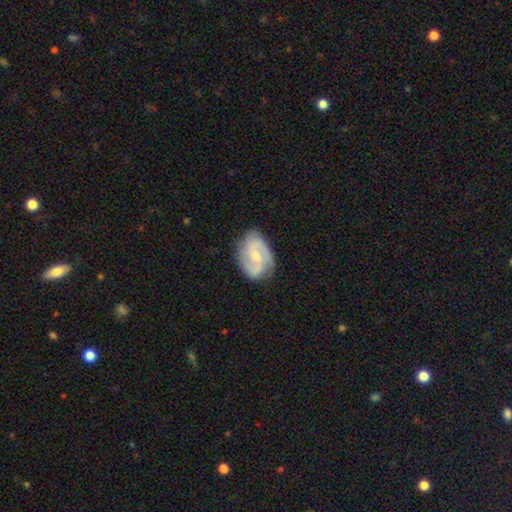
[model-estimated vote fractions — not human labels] A featured or disk galaxy (83%) with a weak bar (45%, tied with no), 2 (81%) medium (51%) spiral arms (96%) and a small central bulge (53%). Merging: none (80%).